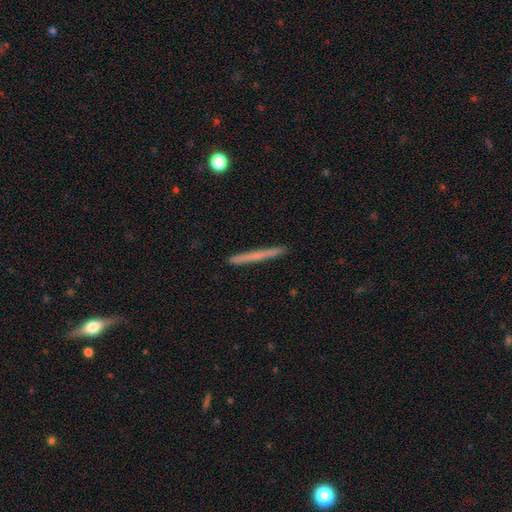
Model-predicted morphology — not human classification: This is possibly a smooth galaxy (55%). How rounded: clearly cigar-shaped (97%). Merging: clearly none (92%).